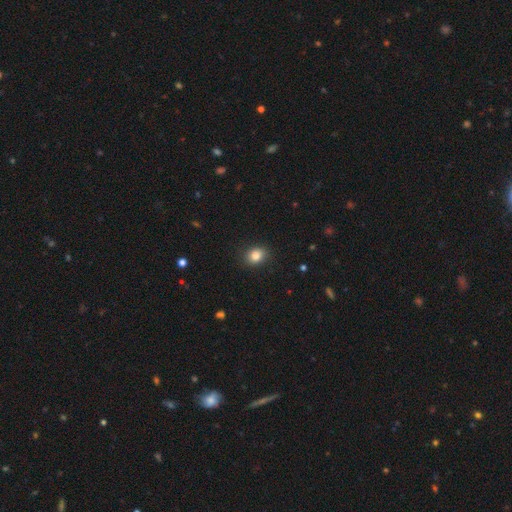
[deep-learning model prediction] Smooth or featured: smooth — 84% (star or artifact — 10%)
How rounded: round — 51% (in between — 48%)
Merging: none — 87% (minor disturbance — 9%)